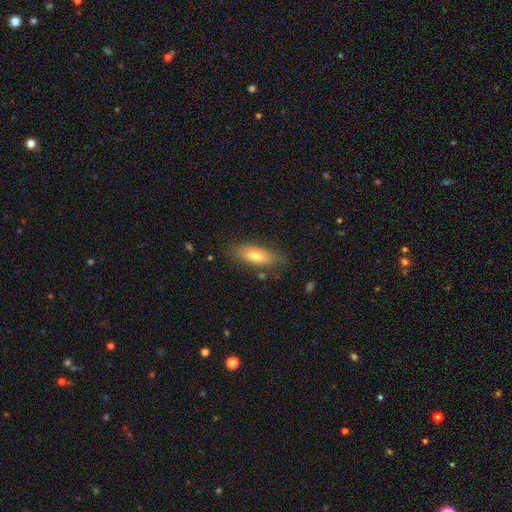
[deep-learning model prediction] smooth 71%, featured or disk 22%, star or artifact 7%. Down the decision tree: how rounded — in between (71%); merging — none (78%).